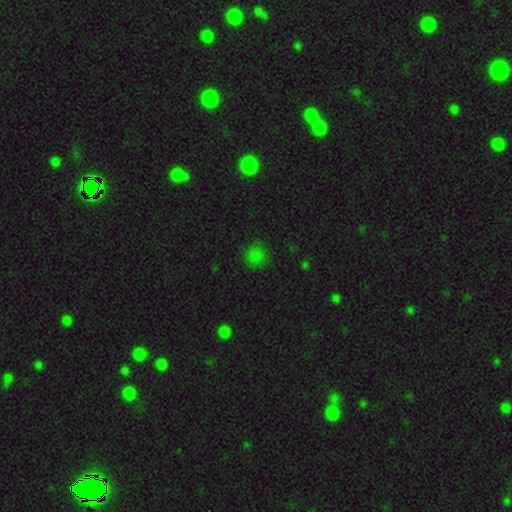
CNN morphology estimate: Smooth or featured: smooth — 76% (star or artifact — 19%)
How rounded: round — 89% (in between — 9%)
Merging: none — 84% (minor disturbance — 11%)